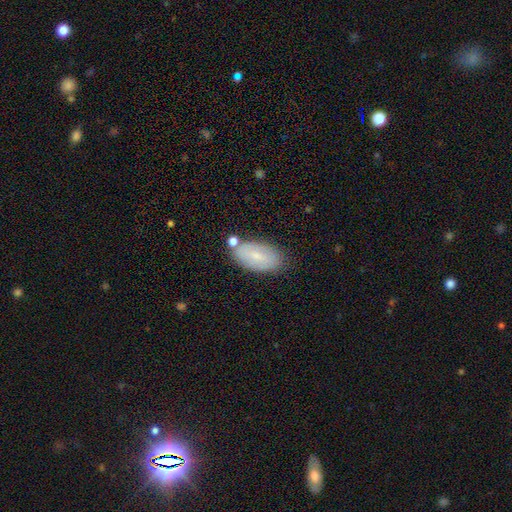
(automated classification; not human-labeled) Overall: smooth (67%). How rounded: in between (93%). Merging: none (73%).